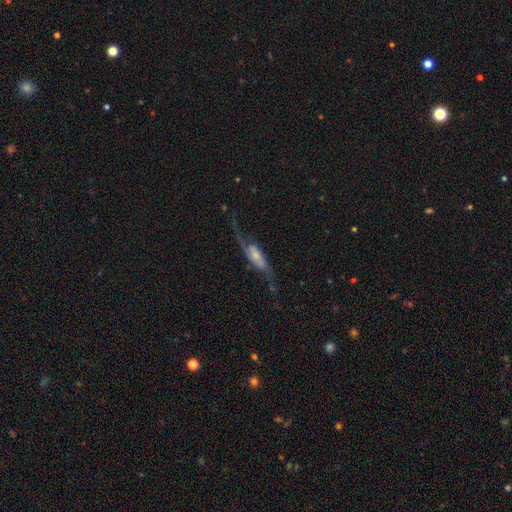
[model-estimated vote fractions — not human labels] featured or disk 74%, smooth 19%, star or artifact 7%. Down the decision tree: edge-on disk — no (81%); bar — no (49%); spiral arms — yes (89%); spiral arm count — 2 (87%); spiral winding — loose (76%); bulge size — small (52%); merging — none (50%).